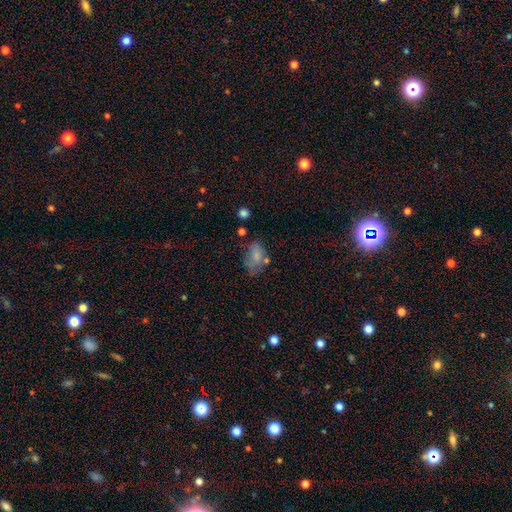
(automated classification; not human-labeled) A smooth galaxy with no disk features (71%) that is in between round and cigar-shaped (86%).

Vote fractions:
- Smooth or featured? smooth: 71% / featured or disk: 18% / star or artifact: 11%
- How rounded? in between: 86% / round: 13% / cigar-shaped: 2%
- Merging? none: 42% / minor disturbance: 29% / major disturbance: 19% / merger: 10%